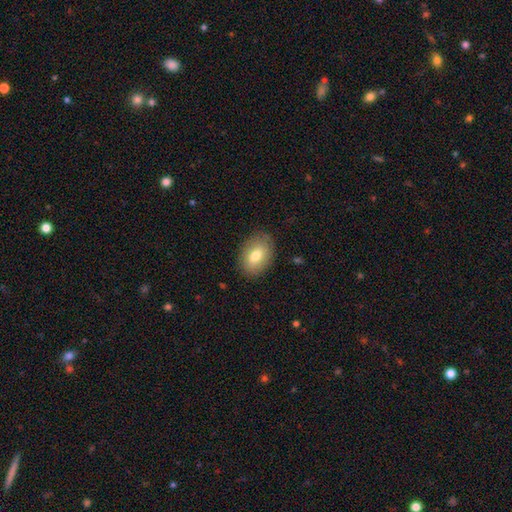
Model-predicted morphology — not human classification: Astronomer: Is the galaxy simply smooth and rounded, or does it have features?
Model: smooth — 75%.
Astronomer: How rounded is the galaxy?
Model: in between — 85%.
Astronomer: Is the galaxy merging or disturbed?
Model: none — 84%.